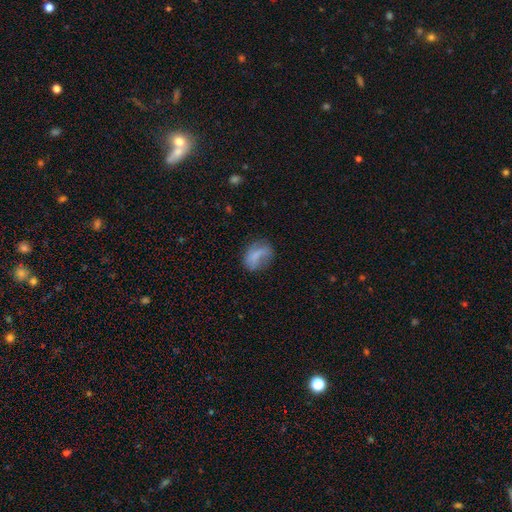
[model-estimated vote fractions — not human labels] Morphology: type=smooth (65%); roundness=in between (71%); merging=none (45%).